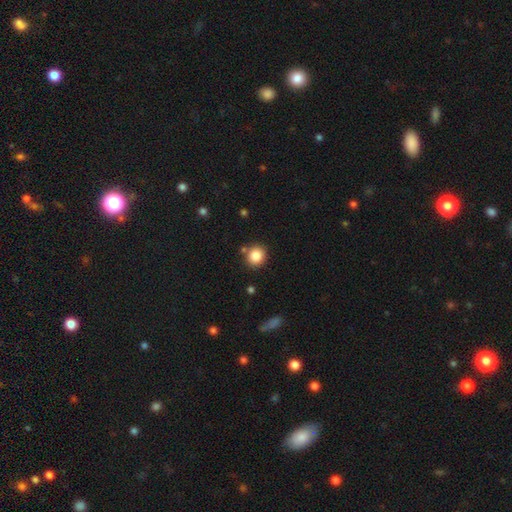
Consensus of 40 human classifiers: Smooth or featured: smooth — 92% (star or artifact — 8%)
How rounded: round — 89% (in between — 11%)
Merging: none — 78% (minor disturbance — 14%)